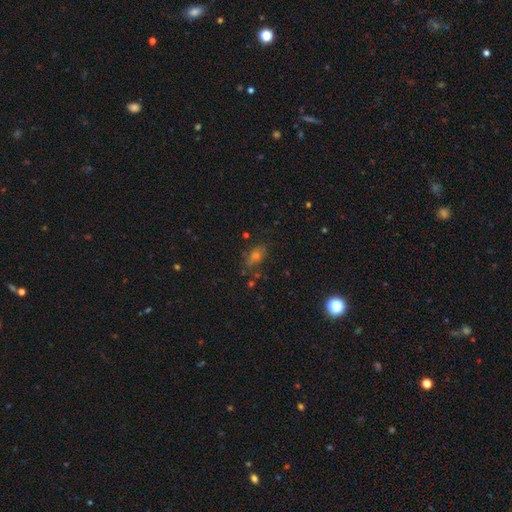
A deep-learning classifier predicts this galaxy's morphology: A smooth galaxy with no disk features (52%) that is in between round and cigar-shaped (70%). Merging: none (71%).